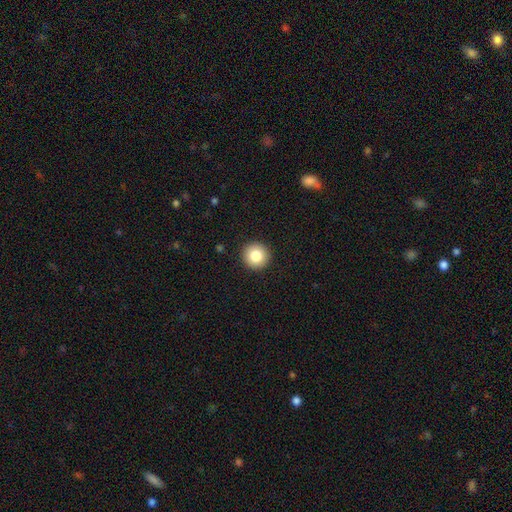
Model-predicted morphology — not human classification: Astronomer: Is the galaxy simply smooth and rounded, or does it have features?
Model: smooth — 82%.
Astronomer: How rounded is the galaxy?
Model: round — 96%.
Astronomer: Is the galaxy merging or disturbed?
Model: none — 93%.